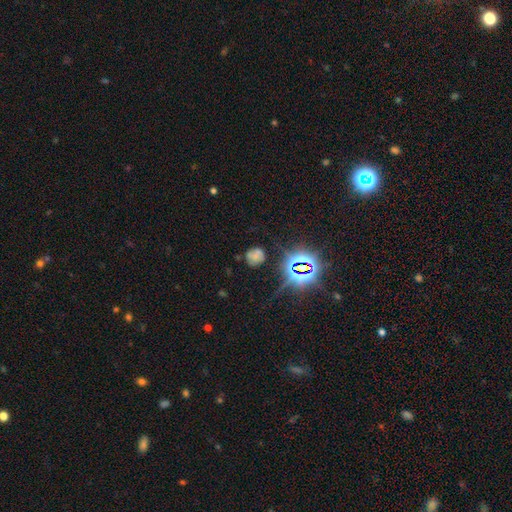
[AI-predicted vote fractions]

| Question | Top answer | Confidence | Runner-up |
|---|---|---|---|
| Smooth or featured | smooth | 50% | star or artifact (32%) |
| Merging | none | 64% | minor disturbance (21%) |